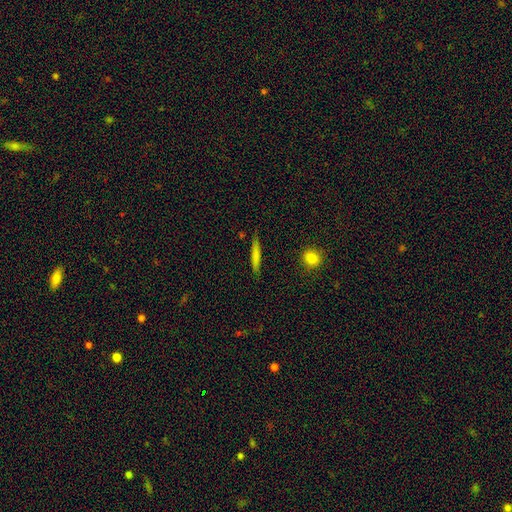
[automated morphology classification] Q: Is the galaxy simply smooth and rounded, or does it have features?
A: smooth — 72%.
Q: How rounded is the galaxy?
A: cigar-shaped — 92%.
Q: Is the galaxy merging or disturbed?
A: none — 86%.